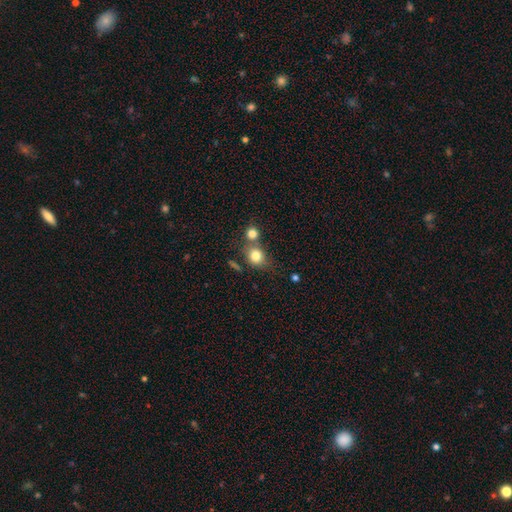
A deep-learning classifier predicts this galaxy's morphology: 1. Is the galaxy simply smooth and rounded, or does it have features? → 79% smooth, 11% star or artifact, 10% featured or disk.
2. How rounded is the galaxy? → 68% round, 31% in between, 1% cigar-shaped.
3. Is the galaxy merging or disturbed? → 52% none, 31% merger, 12% minor disturbance, 5% major disturbance.